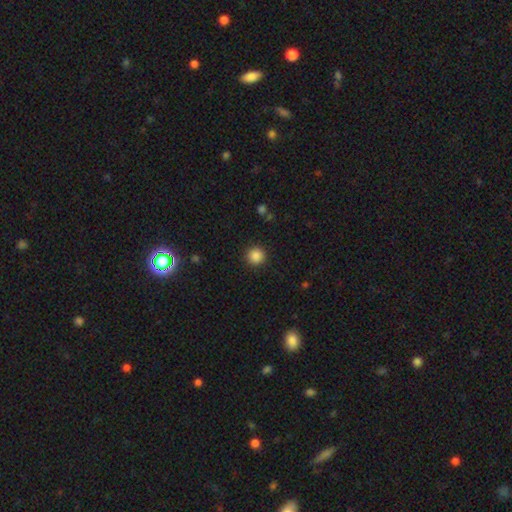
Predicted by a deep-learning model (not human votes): smooth 86%, star or artifact 11%, featured or disk 3%. Down the decision tree: how rounded — round (95%); merging — none (92%).